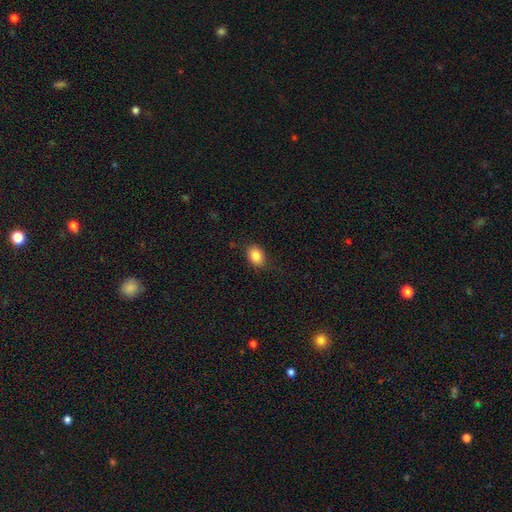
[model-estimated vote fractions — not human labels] smooth_or_featured: smooth (p=0.85) [alt: star or artifact p=0.09]
how_rounded: in between (p=0.71) [alt: round p=0.28]
merging: none (p=0.83) [alt: minor disturbance p=0.13]